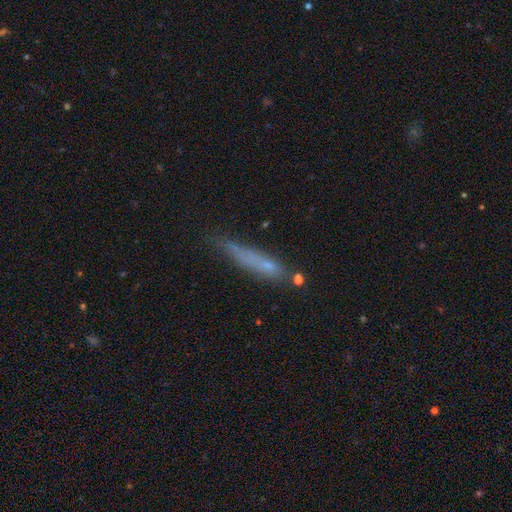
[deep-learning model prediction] This appears to be a smooth galaxy with no disk features (56%) that is cigar-shaped (89%). Merging: none (64%).